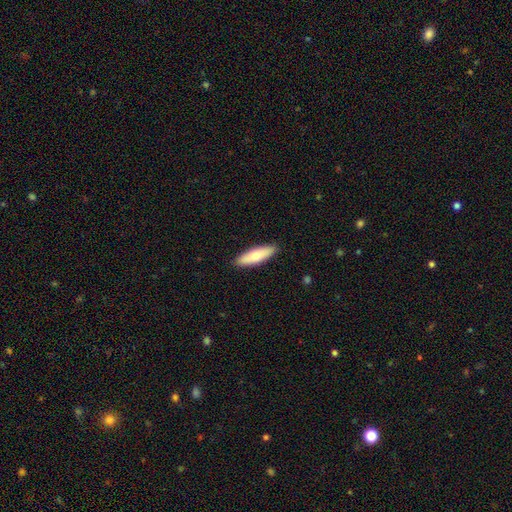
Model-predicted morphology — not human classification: smooth_or_featured: smooth (p=0.72) [alt: featured or disk p=0.23]
how_rounded: cigar-shaped (p=0.57) [alt: in between p=0.41]
merging: none (p=0.90) [alt: minor disturbance p=0.08]